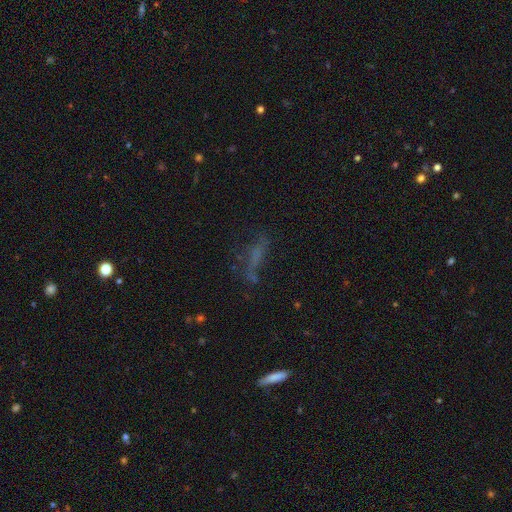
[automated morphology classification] Overall: smooth (43%; featured or disk 32%). Merging: none (49%; major disturbance 24%).